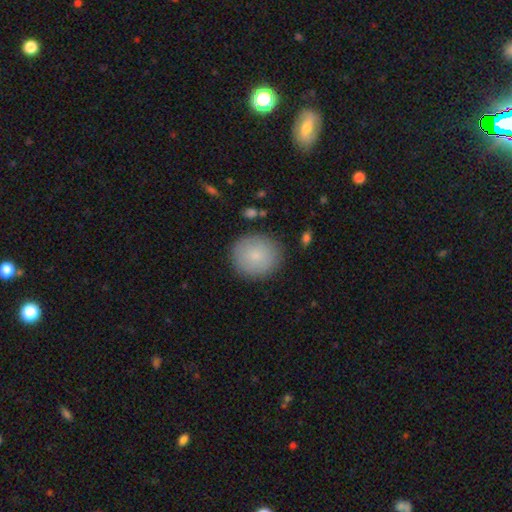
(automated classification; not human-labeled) Smooth or featured: smooth — 83% (featured or disk — 10%)
How rounded: round — 88% (in between — 11%)
Merging: none — 87% (minor disturbance — 9%)